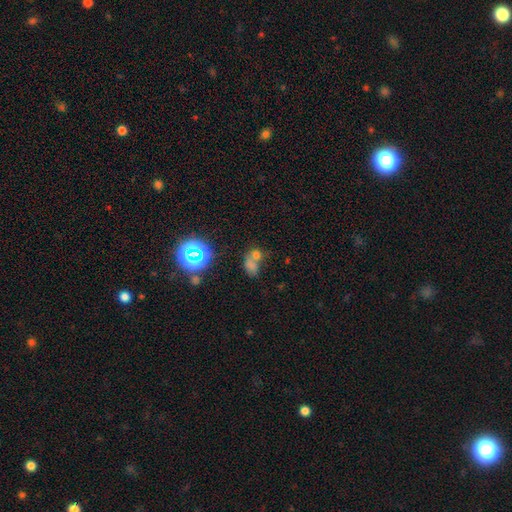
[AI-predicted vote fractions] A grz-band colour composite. It shows a smooth galaxy with no disk features (59%) that is in between round and cigar-shaped (52%). Merging: merger (60%).